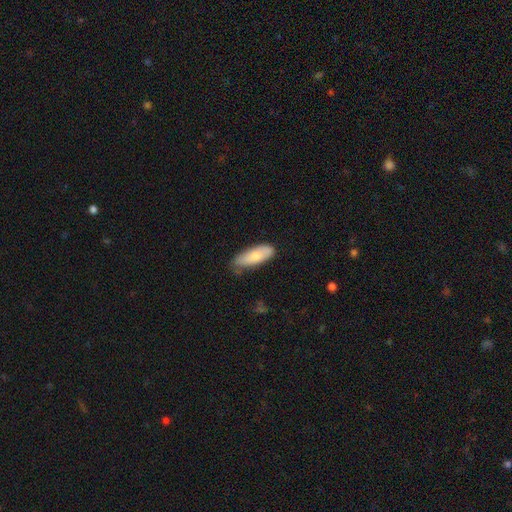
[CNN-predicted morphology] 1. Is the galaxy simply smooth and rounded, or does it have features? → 76% smooth, 18% featured or disk, 6% star or artifact.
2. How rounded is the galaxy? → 70% in between, 28% cigar-shaped, 2% round.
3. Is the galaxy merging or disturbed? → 61% none, 31% minor disturbance, 5% major disturbance, 2% merger.